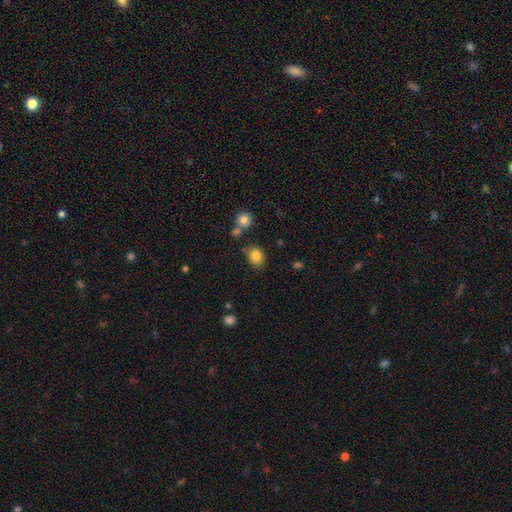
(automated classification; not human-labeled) smooth-or-featured: smooth: 83% | star or artifact: 10% | featured or disk: 6%
  how-rounded: round: 50% | in between: 49% | cigar-shaped: 1%
  merging: none: 78% | minor disturbance: 13% | merger: 6% | major disturbance: 3%